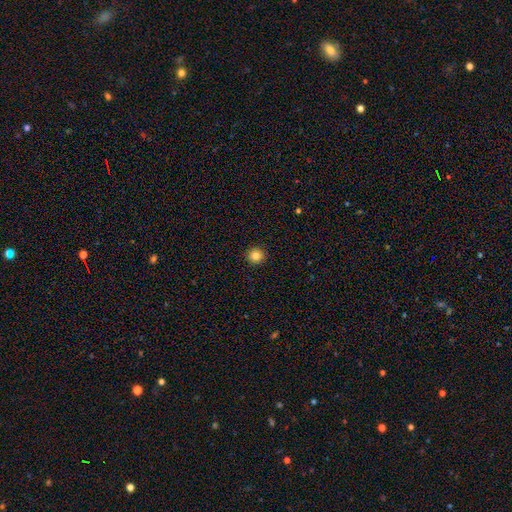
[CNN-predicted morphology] Overall: smooth (84%). How rounded: round (95%). Merging: none (93%).